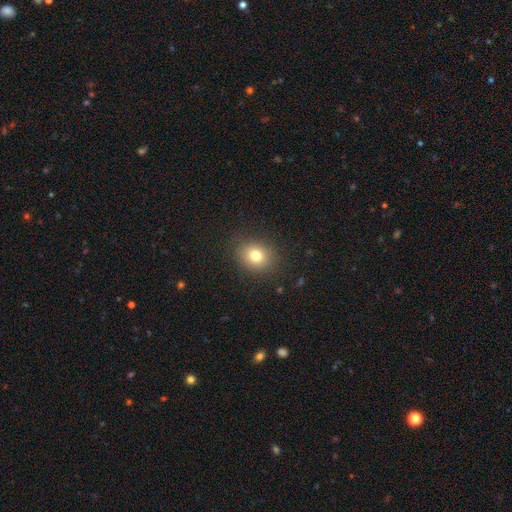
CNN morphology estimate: The model was most divided on "how rounded": round: 62%, in between: 38%, cigar-shaped: 1%. More confident: merging — none (87%); smooth or featured — smooth (78%).